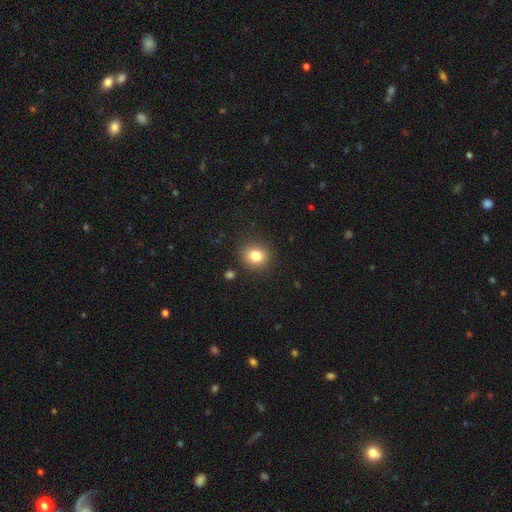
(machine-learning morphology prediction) smooth-or-featured: smooth: 81% | star or artifact: 11% | featured or disk: 7%
  how-rounded: round: 80% | in between: 19% | cigar-shaped: 1%
  merging: none: 87% | minor disturbance: 9% | major disturbance: 3% | merger: 2%